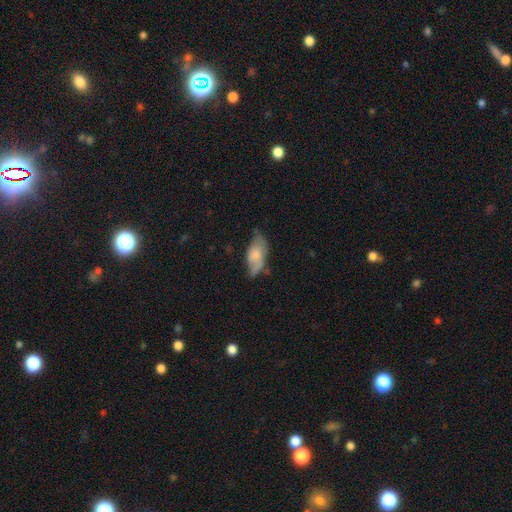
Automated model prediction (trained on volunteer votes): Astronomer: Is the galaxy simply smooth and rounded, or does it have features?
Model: smooth — 59% (runner-up: featured or disk, 34%).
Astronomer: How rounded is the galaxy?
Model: in between — 86%.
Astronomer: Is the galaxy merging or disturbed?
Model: none — 44% (runner-up: minor disturbance, 38%).